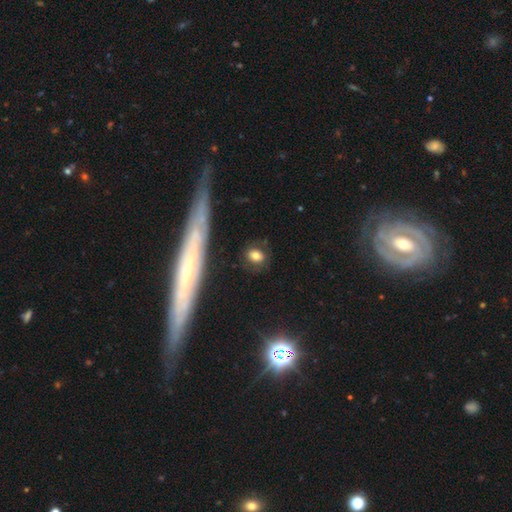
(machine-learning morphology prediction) smooth 76%, featured or disk 14%, star or artifact 10%. Down the decision tree: how rounded — in between (56%); merging — none (79%).